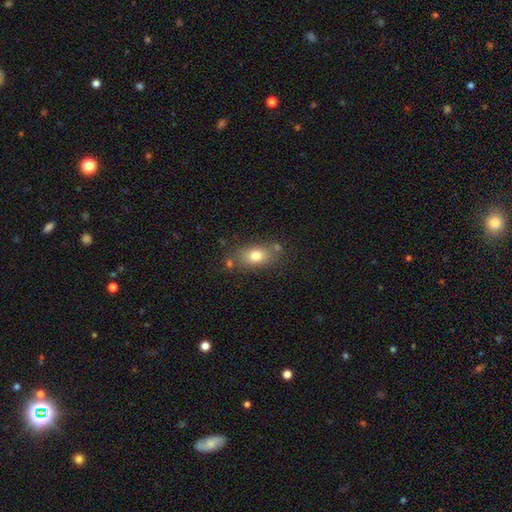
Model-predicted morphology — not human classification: type=smooth (76%); roundness=in between (80%); merging=none (71%).